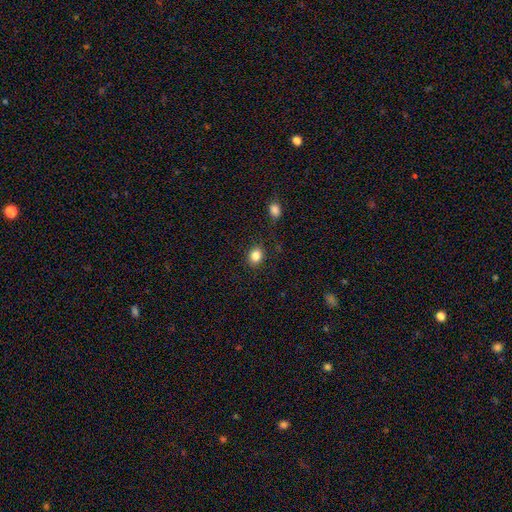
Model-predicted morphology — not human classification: A smooth galaxy with no disk features (84%) that is round (61%). Merging: none (84%).